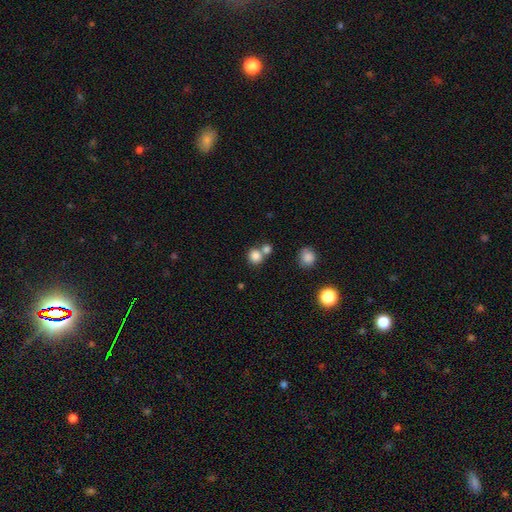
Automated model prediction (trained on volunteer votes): Overall: smooth (83%). How rounded: round (84%). Merging: none (52%; merger 37%).